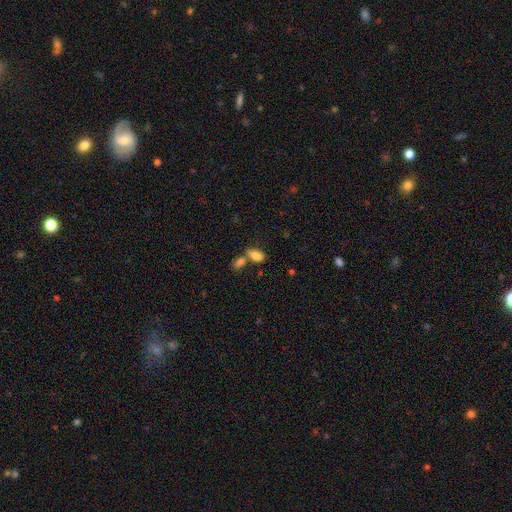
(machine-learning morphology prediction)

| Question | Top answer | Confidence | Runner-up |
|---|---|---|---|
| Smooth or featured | smooth | 83% | featured or disk (9%) |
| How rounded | in between | 90% | cigar-shaped (5%) |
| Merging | merger | 44% | none (39%) |